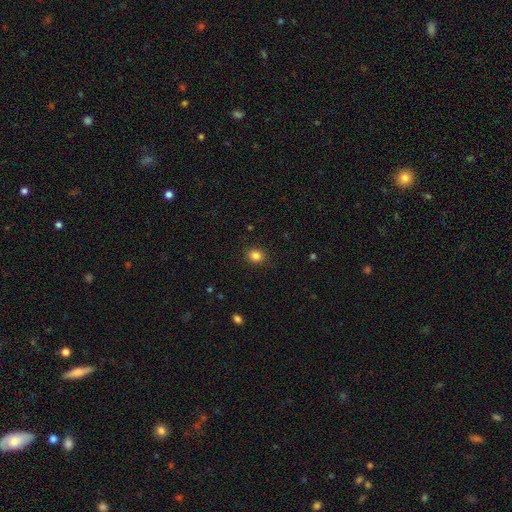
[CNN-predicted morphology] A smooth galaxy with no disk features (84%) that is round (65%).

Vote fractions:
- Smooth or featured? smooth: 84% / star or artifact: 11% / featured or disk: 5%
- How rounded? round: 65% / in between: 34% / cigar-shaped: 1%
- Merging? none: 89% / minor disturbance: 8% / major disturbance: 2% / merger: 1%